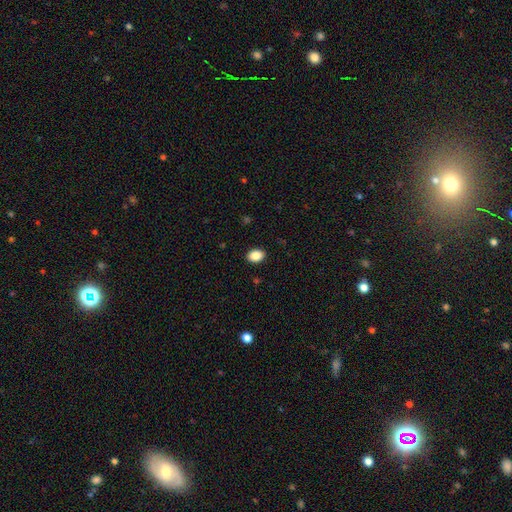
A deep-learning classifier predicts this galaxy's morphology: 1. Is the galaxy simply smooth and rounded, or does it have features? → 88% smooth, 8% star or artifact, 4% featured or disk.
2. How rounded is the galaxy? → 74% in between, 25% round, 1% cigar-shaped.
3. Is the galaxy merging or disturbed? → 90% none, 7% minor disturbance, 2% major disturbance, 1% merger.